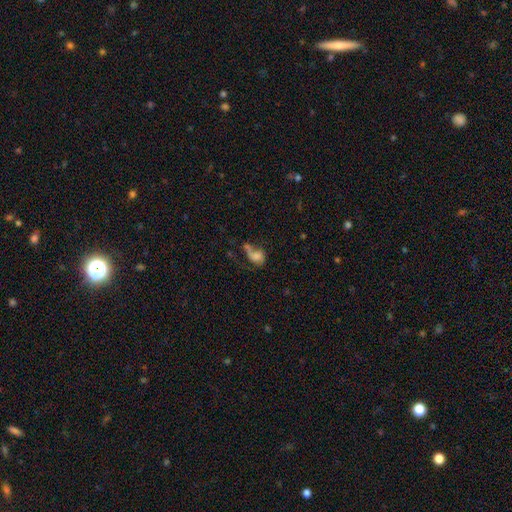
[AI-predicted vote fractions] This appears to be a smooth galaxy with no disk features (60%) that is in between round and cigar-shaped (65%). Merging: major disturbance (33%).